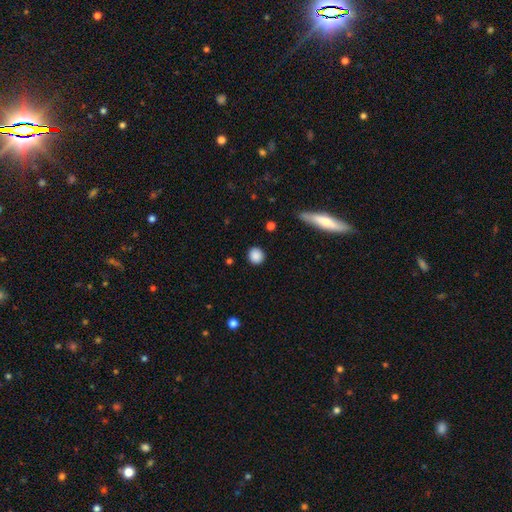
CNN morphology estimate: This appears to be a smooth galaxy with no disk features (87%) that is round (91%). Merging: none (88%).